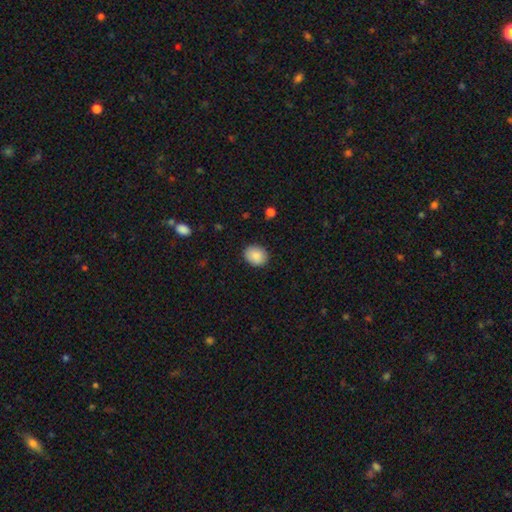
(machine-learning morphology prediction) The model was most divided on "how rounded": in between: 51%, round: 48%, cigar-shaped: 1%. More confident: merging — none (88%); smooth or featured — smooth (87%).